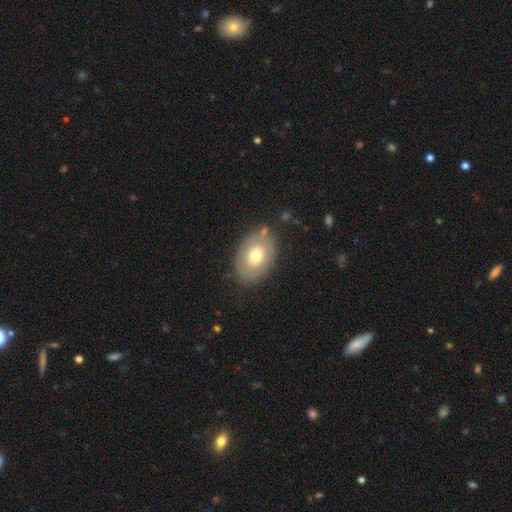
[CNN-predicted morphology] Smooth or featured?
  - smooth: 60% *
  - featured or disk: 33%
  - star or artifact: 7%
How rounded?
  - in between: 80% *
  - round: 19%
  - cigar-shaped: 1%
Merging?
  - none: 75% *
  - minor disturbance: 16%
  - major disturbance: 5%
  - merger: 4%